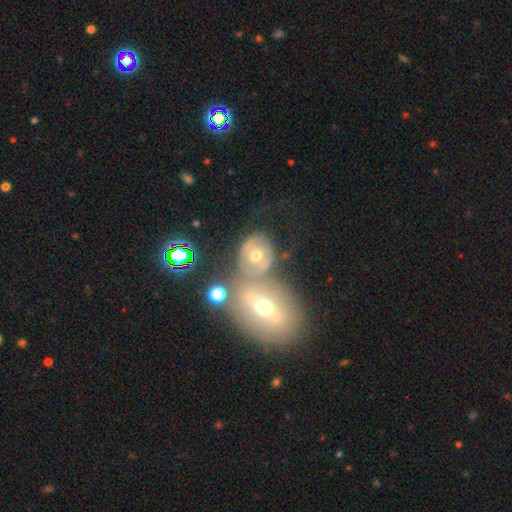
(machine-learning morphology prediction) type=featured or disk (47%); merging=merger (44%).